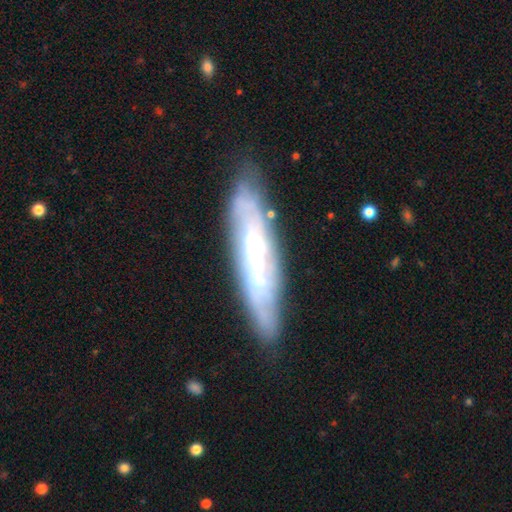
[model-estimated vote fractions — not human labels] Q: Smooth or featured?
A: featured or disk (67%); runner-up: smooth (25%)
Q: Edge-on disk?
A: no (57%); runner-up: yes (43%)
Q: Merging?
A: none (78%); runner-up: minor disturbance (15%)